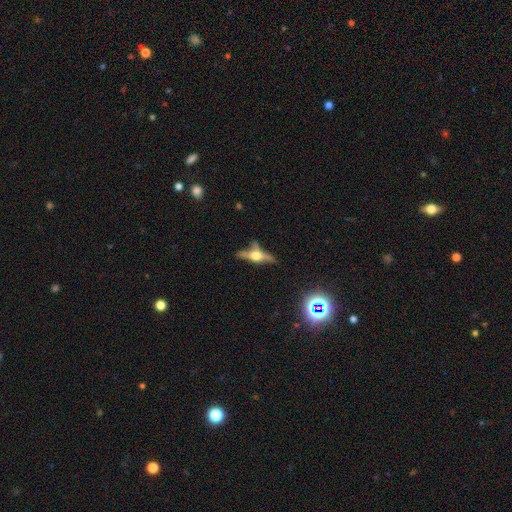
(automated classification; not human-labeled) smooth_or_featured: featured or disk (p=0.66) [alt: smooth p=0.24]
disk_edge_on: yes (p=0.90) [alt: no p=0.10]
edge_on_bulge: rounded (p=0.93) [alt: boxy p=0.05]
merging: none (p=0.60) [alt: minor disturbance p=0.19]